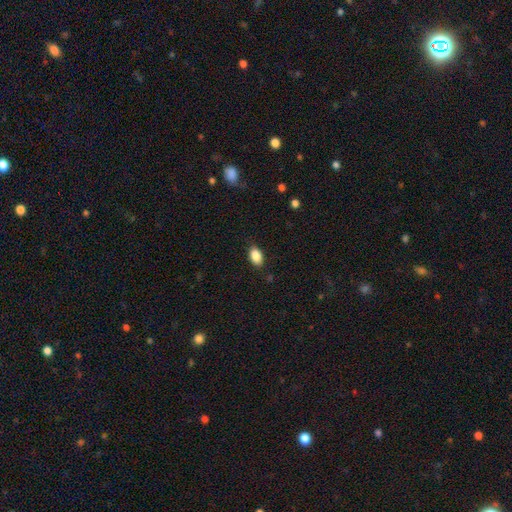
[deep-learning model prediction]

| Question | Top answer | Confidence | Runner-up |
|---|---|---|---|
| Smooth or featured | smooth | 87% | star or artifact (8%) |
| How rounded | in between | 91% | round (7%) |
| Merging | none | 85% | minor disturbance (12%) |